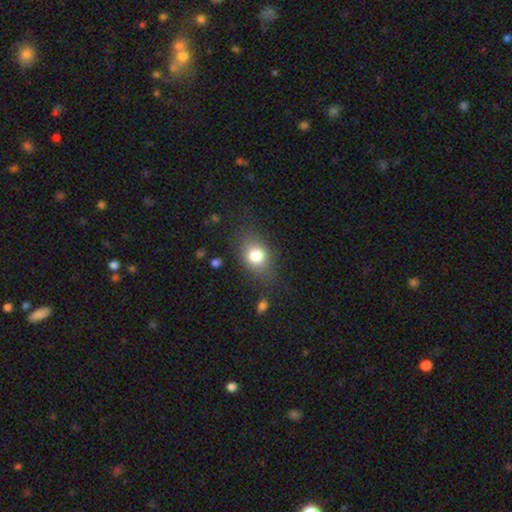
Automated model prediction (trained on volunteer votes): Smooth or featured?
  - smooth: 77% *
  - featured or disk: 12%
  - star or artifact: 11%
How rounded?
  - in between: 58% *
  - round: 40%
  - cigar-shaped: 2%
Merging?
  - none: 75% *
  - minor disturbance: 16%
  - major disturbance: 7%
  - merger: 2%